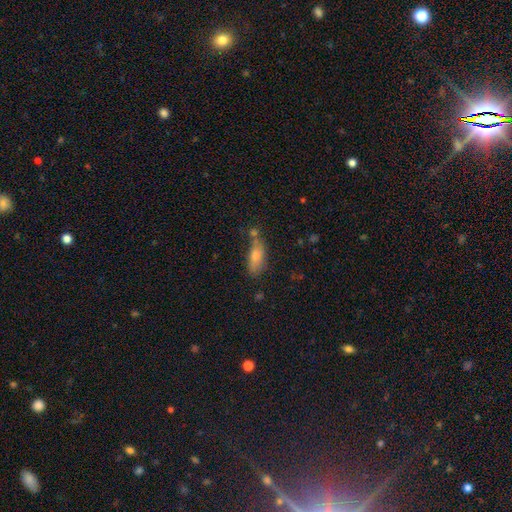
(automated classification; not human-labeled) Q: Smooth or featured?
A: smooth (68%); runner-up: featured or disk (20%)
Q: How rounded?
A: in between (69%); runner-up: cigar-shaped (27%)
Q: Merging?
A: none (59%); runner-up: minor disturbance (19%)